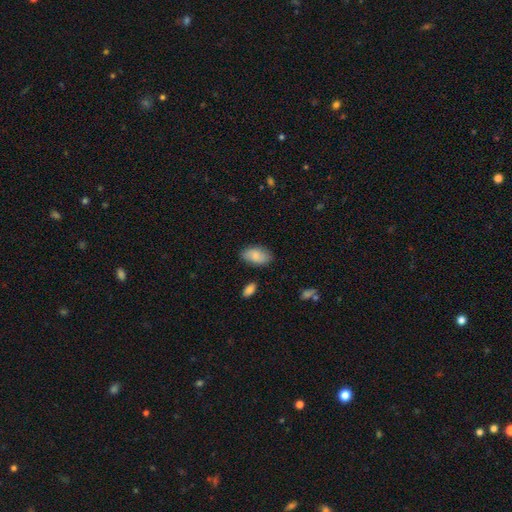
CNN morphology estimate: The model was most divided on "merging": none: 77%, minor disturbance: 17%, major disturbance: 3%, merger: 2%. More confident: how rounded — in between (93%); smooth or featured — smooth (80%).